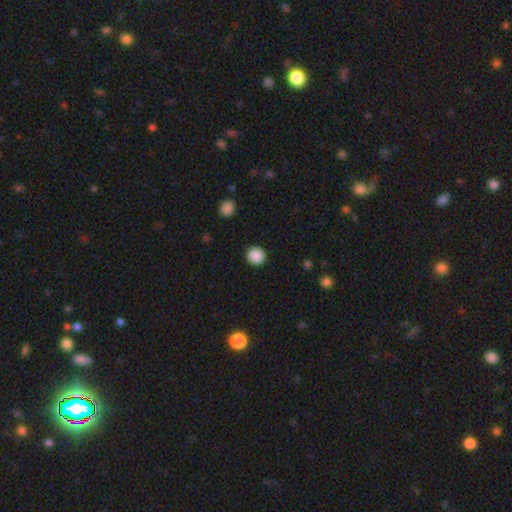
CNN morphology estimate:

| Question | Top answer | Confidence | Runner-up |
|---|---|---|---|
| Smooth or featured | smooth | 89% | star or artifact (9%) |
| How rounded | round | 93% | in between (6%) |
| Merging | none | 92% | minor disturbance (5%) |